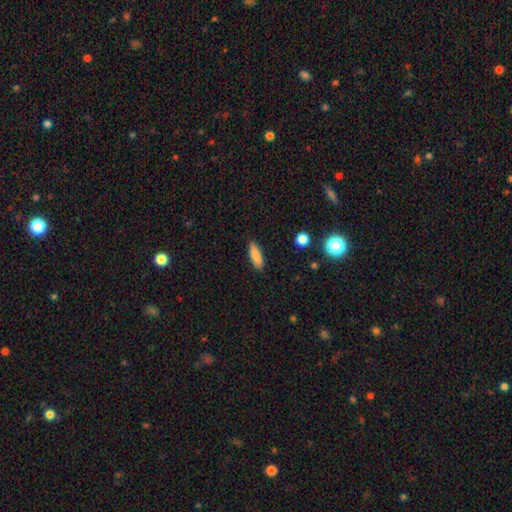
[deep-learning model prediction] Morphology: type=smooth (84%); roundness=in between (57%); merging=none (87%).